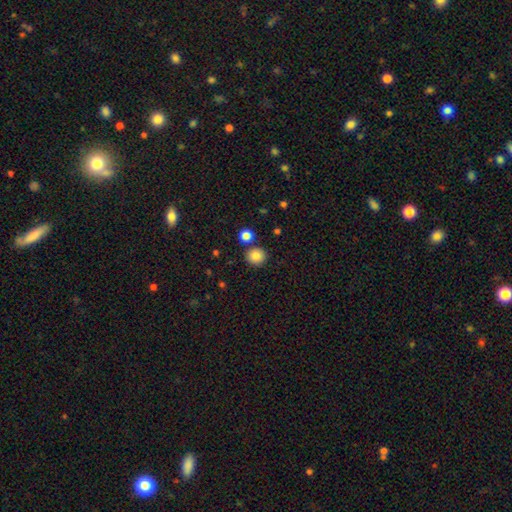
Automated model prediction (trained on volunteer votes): smooth_or_featured: smooth (p=0.85) [alt: star or artifact p=0.10]
how_rounded: round (p=0.91) [alt: in between p=0.08]
merging: none (p=0.82) [alt: merger p=0.08]